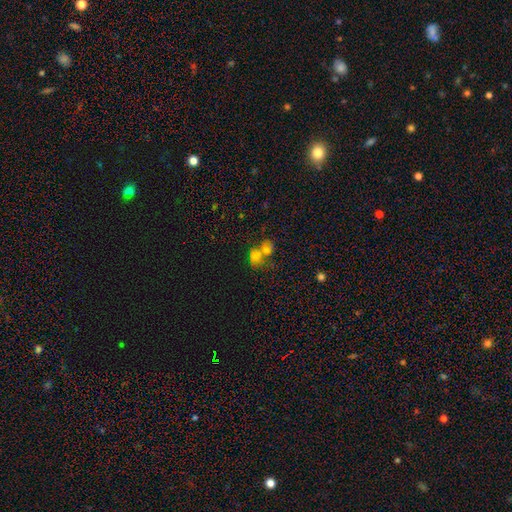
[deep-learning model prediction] A smooth galaxy with no disk features (63%) that is in between round and cigar-shaped (52%).

Vote fractions:
- Smooth or featured? smooth: 63% / star or artifact: 20% / featured or disk: 17%
- How rounded? in between: 52% / round: 46% / cigar-shaped: 2%
- Merging? merger: 62% / none: 24% / minor disturbance: 8% / major disturbance: 6%